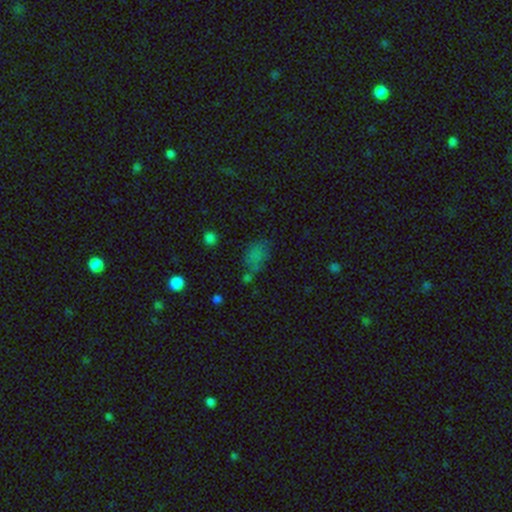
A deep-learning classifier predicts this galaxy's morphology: The model was most divided on "merging": none: 49%, minor disturbance: 24%, merger: 14%, major disturbance: 12%. More confident: how rounded — in between (82%); smooth or featured — smooth (68%).